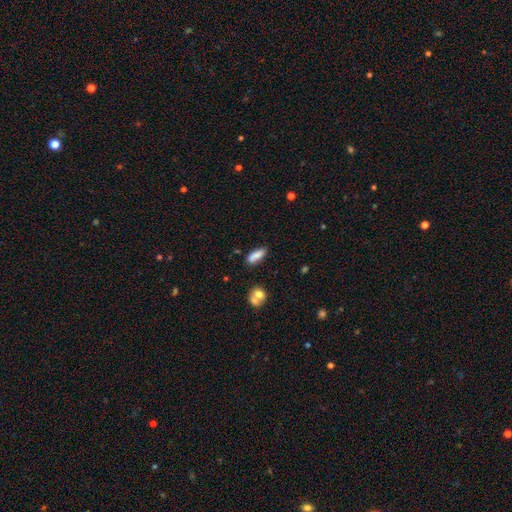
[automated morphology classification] Smooth or featured?
  - smooth: 80% *
  - featured or disk: 12%
  - star or artifact: 8%
How rounded?
  - in between: 70% *
  - cigar-shaped: 27%
  - round: 3%
Merging?
  - none: 68% *
  - minor disturbance: 20%
  - merger: 7%
  - major disturbance: 5%